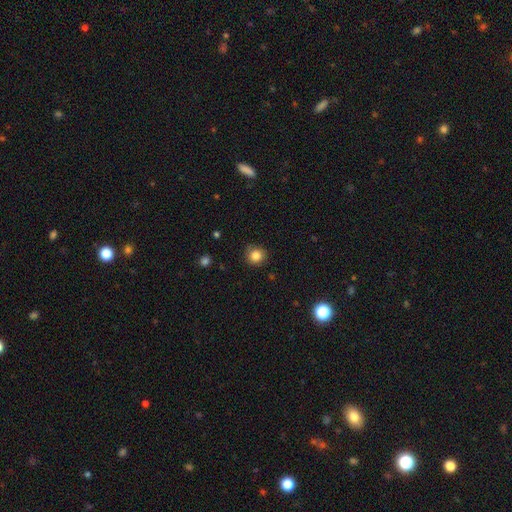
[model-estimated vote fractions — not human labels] Smooth or featured?
  - smooth: 83% *
  - star or artifact: 12%
  - featured or disk: 5%
How rounded?
  - round: 91% *
  - in between: 8%
  - cigar-shaped: 1%
Merging?
  - none: 86% *
  - minor disturbance: 11%
  - major disturbance: 2%
  - merger: 1%